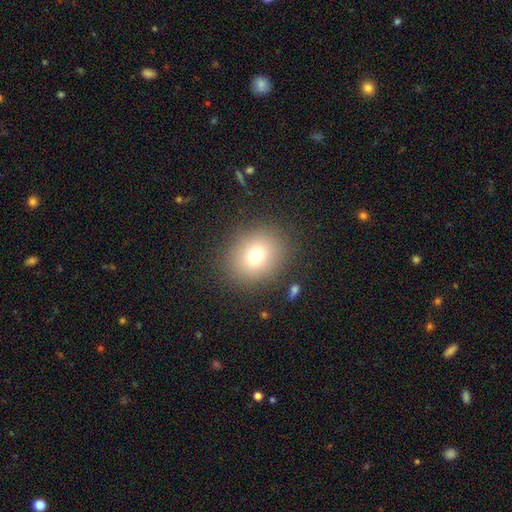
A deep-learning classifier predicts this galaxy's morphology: This appears to be a smooth galaxy with no disk features (73%) that is round (72%). Merging: none (86%).